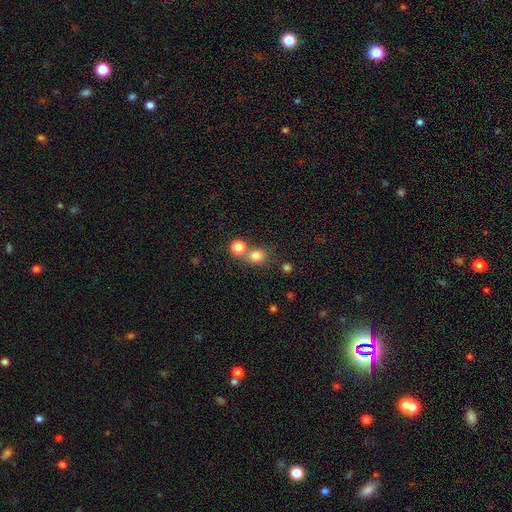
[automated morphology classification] smooth 79%, star or artifact 14%, featured or disk 7%. Down the decision tree: how rounded — round (71%); merging — none (54%).